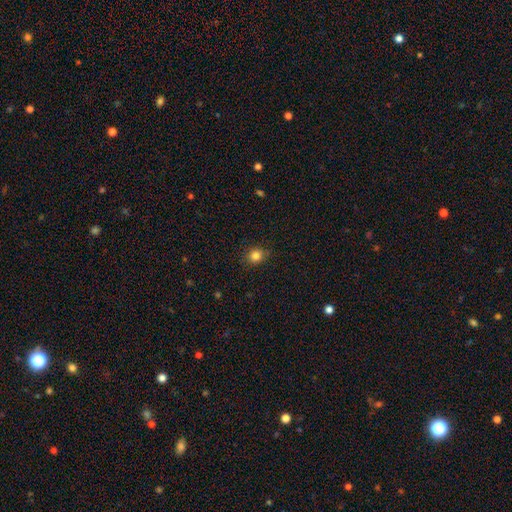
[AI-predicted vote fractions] This is clearly a smooth galaxy (83%). How rounded: likely round (79%). Merging: clearly none (87%).